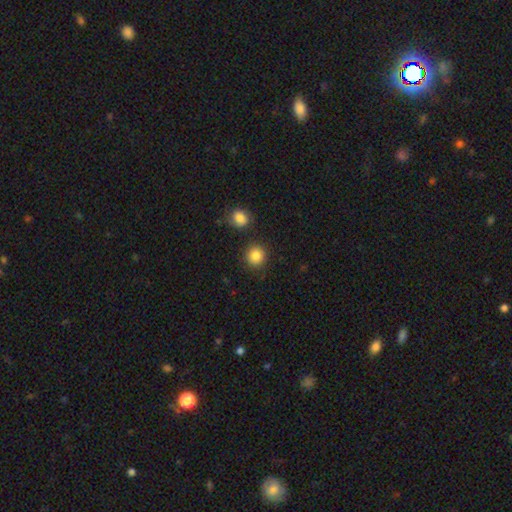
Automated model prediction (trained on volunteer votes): Overall: smooth (86%). How rounded: round (89%). Merging: none (85%).